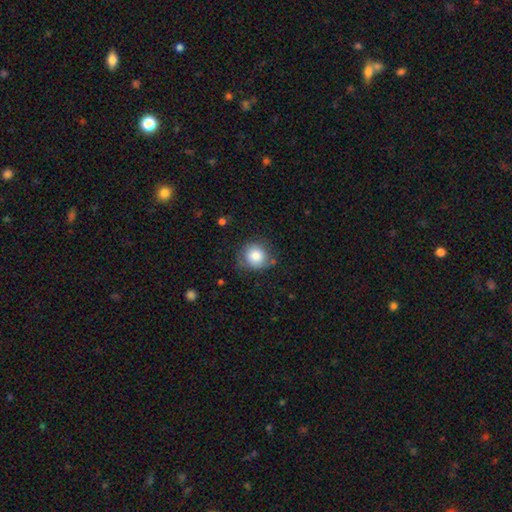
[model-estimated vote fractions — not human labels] A smooth galaxy with no disk features (81%) that is round (86%). Merging: none (66%).